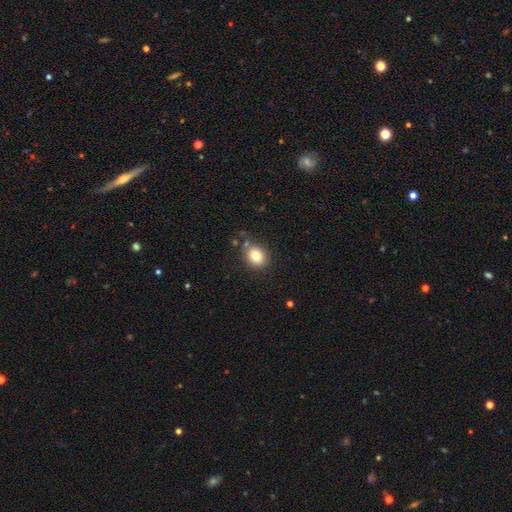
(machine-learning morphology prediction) Smooth or featured: smooth — 82% (star or artifact — 10%)
How rounded: round — 53% (in between — 46%)
Merging: none — 80% (minor disturbance — 12%)